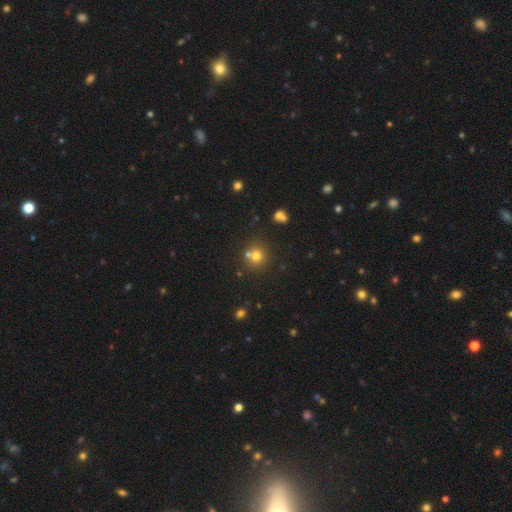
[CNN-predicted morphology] Smooth or featured? smooth (70%)
How rounded? round (87%)
Merging? none (59%)